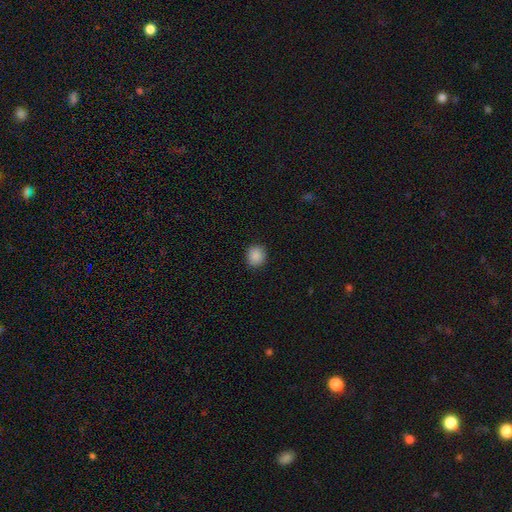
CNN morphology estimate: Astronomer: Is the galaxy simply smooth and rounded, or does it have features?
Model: smooth — 89%.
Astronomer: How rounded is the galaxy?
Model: round — 85%.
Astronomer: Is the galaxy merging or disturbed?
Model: none — 91%.